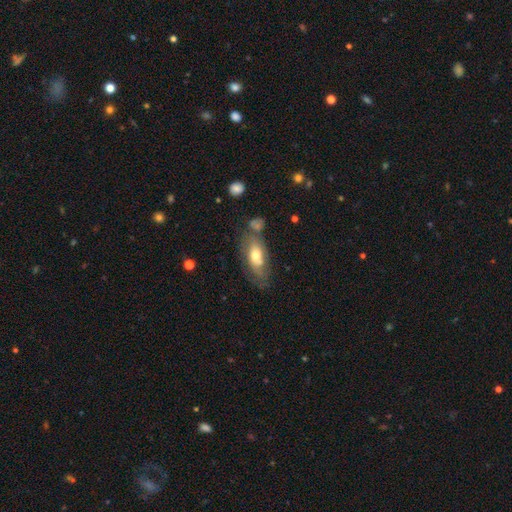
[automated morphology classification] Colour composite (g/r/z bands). It shows a smooth galaxy with no disk features (55%) that is in between round and cigar-shaped (83%). Merging: none (52%).